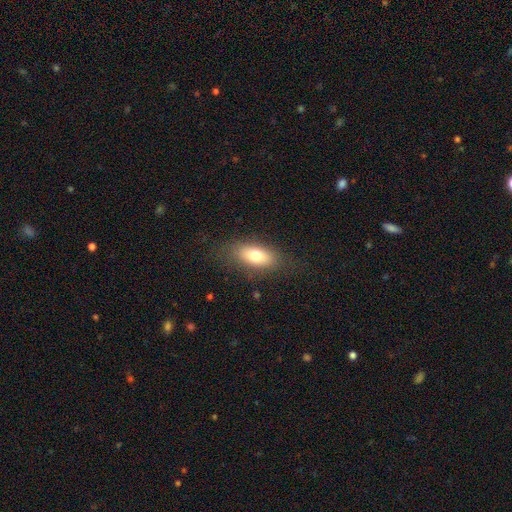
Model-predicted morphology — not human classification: Smooth or featured?
  - smooth: 75% *
  - featured or disk: 16%
  - star or artifact: 8%
How rounded?
  - in between: 84% *
  - cigar-shaped: 10%
  - round: 6%
Merging?
  - none: 81% *
  - minor disturbance: 13%
  - major disturbance: 5%
  - merger: 1%